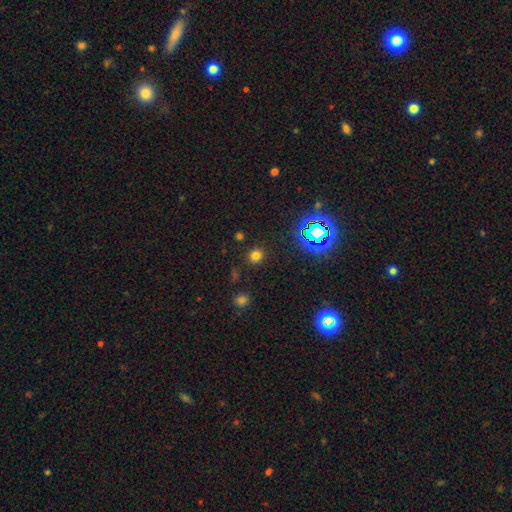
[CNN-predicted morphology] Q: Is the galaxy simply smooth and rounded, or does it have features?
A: smooth — 71%.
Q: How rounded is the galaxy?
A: round — 88%.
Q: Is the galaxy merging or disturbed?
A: none — 88%.